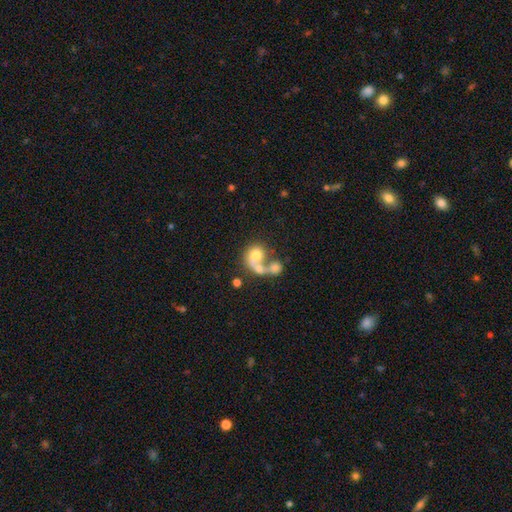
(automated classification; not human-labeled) Morphology: type=smooth (54%); roundness=round (65%); merging=merger (62%).